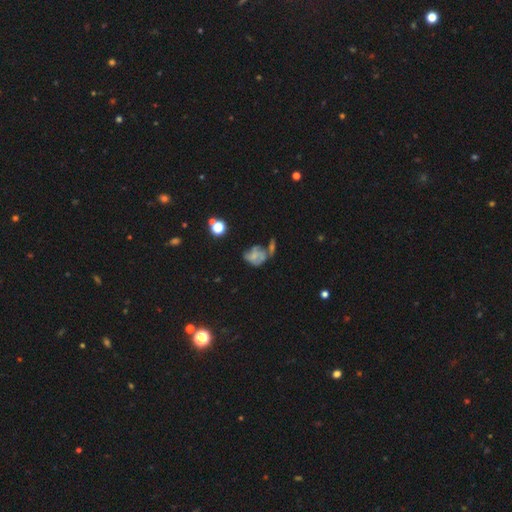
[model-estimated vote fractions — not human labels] A featured or disk galaxy (51%).

Vote fractions:
- Smooth or featured? featured or disk: 51% / smooth: 35% / star or artifact: 14%
- Edge-on disk? no: 97% / yes: 3%
- Merging? none: 30% / merger: 26% / major disturbance: 22% / minor disturbance: 22%